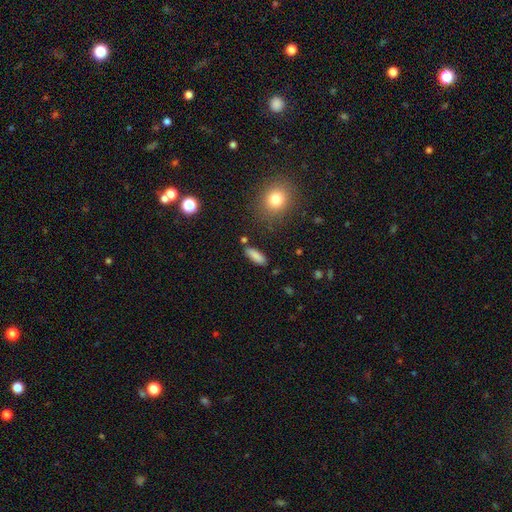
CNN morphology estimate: smooth-or-featured: smooth: 85% | star or artifact: 8% | featured or disk: 7%
  how-rounded: in between: 58% | cigar-shaped: 39% | round: 3%
  merging: none: 83% | minor disturbance: 11% | merger: 4% | major disturbance: 3%